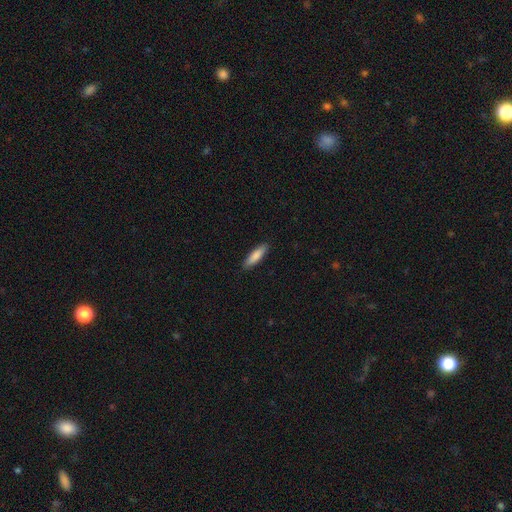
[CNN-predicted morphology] Overall: smooth (84%). How rounded: cigar-shaped (68%; in between 31%). Merging: none (89%).